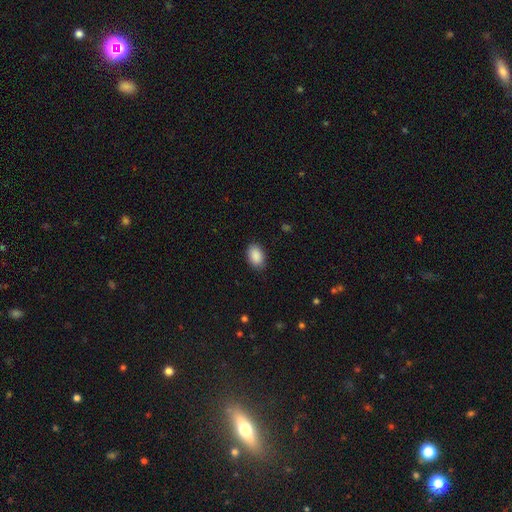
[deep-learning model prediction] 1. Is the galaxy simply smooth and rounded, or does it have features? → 90% smooth, 7% star or artifact, 3% featured or disk.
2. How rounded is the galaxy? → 88% in between, 10% round, 1% cigar-shaped.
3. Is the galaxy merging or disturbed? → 85% none, 11% minor disturbance, 3% major disturbance, 1% merger.